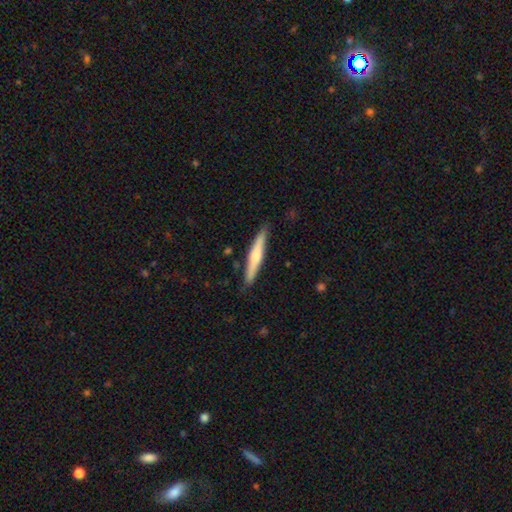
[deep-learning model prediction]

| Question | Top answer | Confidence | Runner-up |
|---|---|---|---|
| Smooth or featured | smooth | 50% | featured or disk (45%) |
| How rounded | cigar-shaped | 94% | in between (5%) |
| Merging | none | 87% | minor disturbance (10%) |